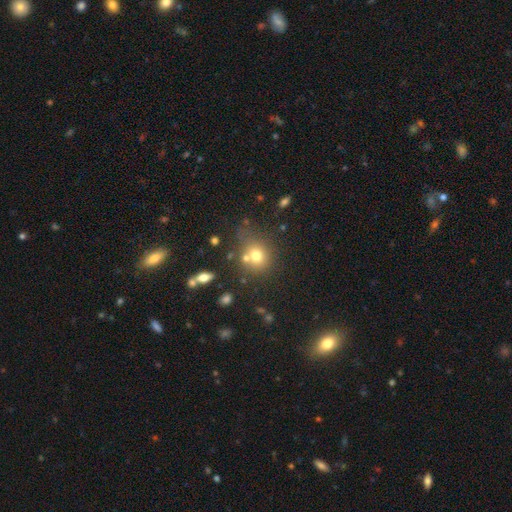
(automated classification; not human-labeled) Smooth or featured?
  - smooth: 72% *
  - star or artifact: 15%
  - featured or disk: 13%
How rounded?
  - round: 76% *
  - in between: 23%
  - cigar-shaped: 1%
Merging?
  - none: 57% *
  - merger: 21%
  - minor disturbance: 15%
  - major disturbance: 7%